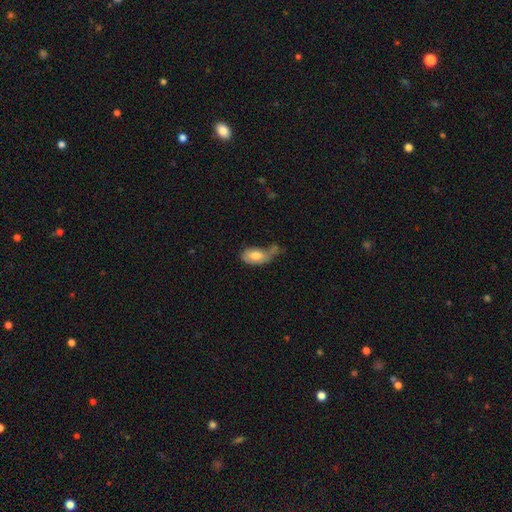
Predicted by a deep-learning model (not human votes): The model was most divided on "merging": minor disturbance: 30%, none: 27%, major disturbance: 22%, merger: 21%. More confident: how rounded — in between (91%); smooth or featured — smooth (70%).